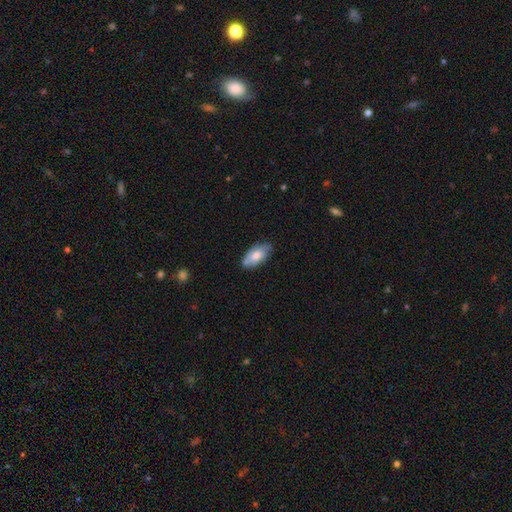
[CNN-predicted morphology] This appears to be a smooth galaxy with no disk features (72%) that is in between round and cigar-shaped (92%). Merging: none (67%).